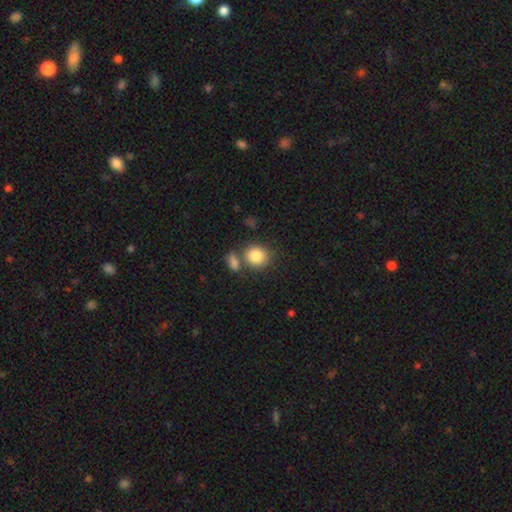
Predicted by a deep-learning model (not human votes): smooth 84%, star or artifact 8%, featured or disk 7%. Down the decision tree: how rounded — round (76%); merging — none (61%).